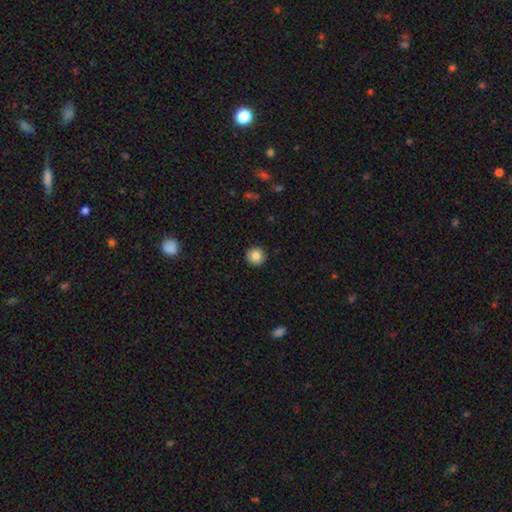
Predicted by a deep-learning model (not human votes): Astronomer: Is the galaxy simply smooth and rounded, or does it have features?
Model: smooth — 84%.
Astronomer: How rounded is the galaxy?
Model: round — 95%.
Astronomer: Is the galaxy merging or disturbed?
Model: none — 93%.